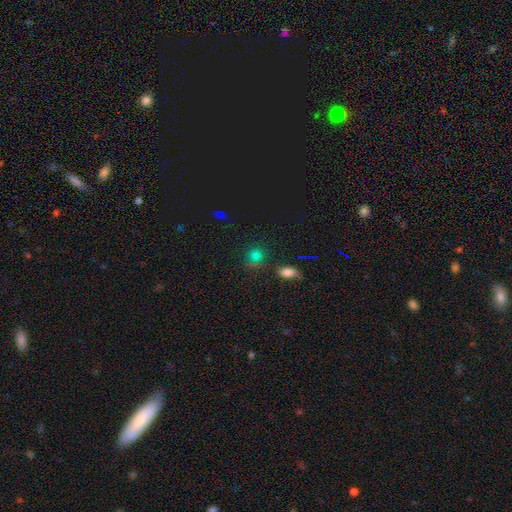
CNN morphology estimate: Q: Smooth or featured?
A: smooth (65%); runner-up: star or artifact (28%)
Q: How rounded?
A: round (79%); runner-up: in between (19%)
Q: Merging?
A: none (68%); runner-up: minor disturbance (14%)